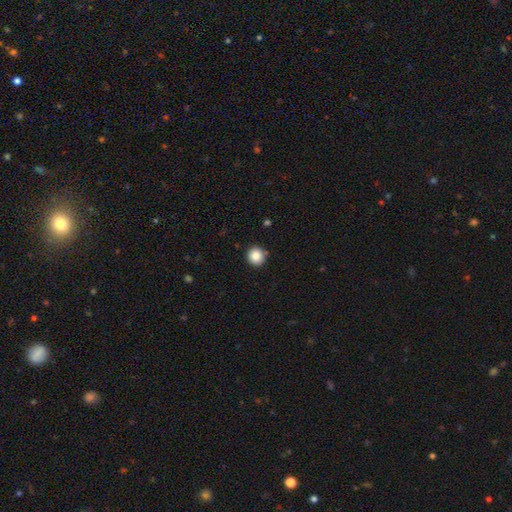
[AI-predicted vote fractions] Smooth or featured? smooth (85%)
How rounded? round (95%)
Merging? none (90%)